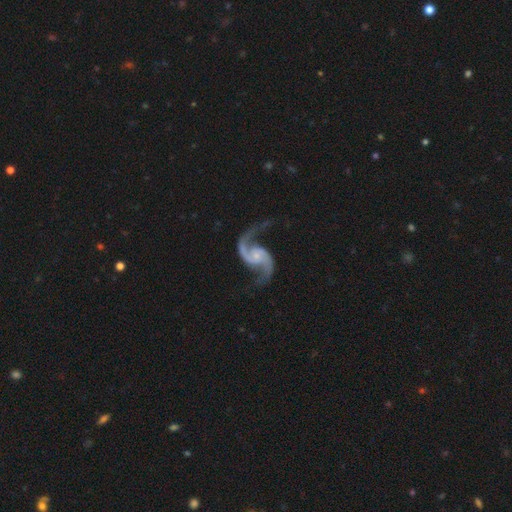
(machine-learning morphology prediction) Smooth or featured: featured or disk — 93% (star or artifact — 4%)
Edge-on disk: no — 98% (yes — 2%)
Bar: no — 62% (weak — 29%)
Spiral arms: yes — 98% (no — 2%)
Spiral winding: loose — 63% (medium — 32%)
Spiral arm count: 2 — 94% (1 — 1%)
Bulge size: small — 67% (moderate — 17%)
Merging: none — 74% (minor disturbance — 14%)